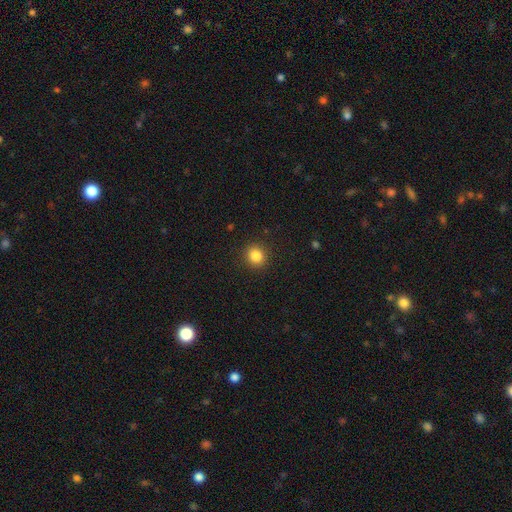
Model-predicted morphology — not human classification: Smooth or featured? Predicted: smooth (p=0.85). How rounded? Predicted: round (p=0.84). Merging? Predicted: none (p=0.91).